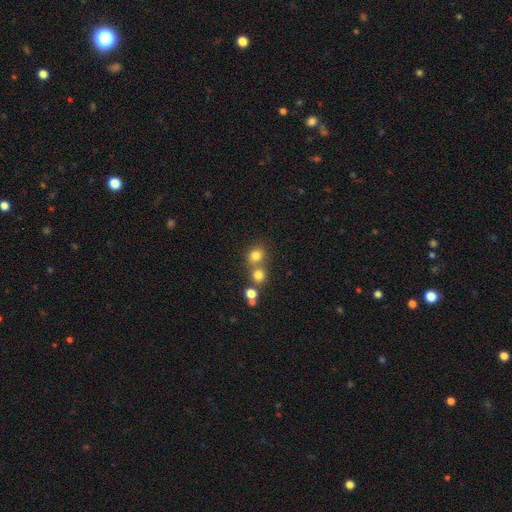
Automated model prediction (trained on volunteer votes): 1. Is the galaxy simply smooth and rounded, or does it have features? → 77% smooth, 15% star or artifact, 8% featured or disk.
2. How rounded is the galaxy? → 81% round, 18% in between, 1% cigar-shaped.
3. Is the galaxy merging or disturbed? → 54% none, 36% merger, 7% minor disturbance, 3% major disturbance.